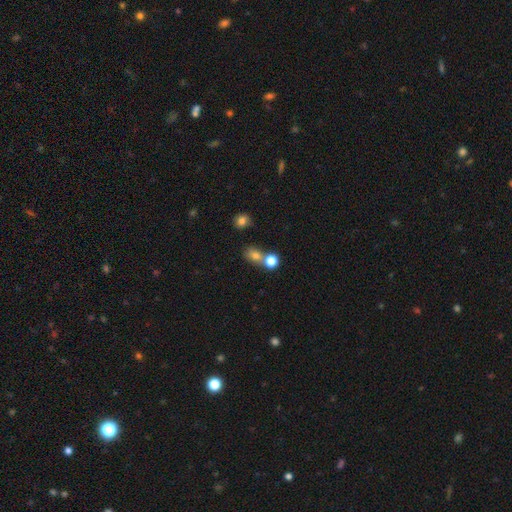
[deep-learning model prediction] The model was most divided on "merging": none: 48%, merger: 38%, minor disturbance: 10%, major disturbance: 4%. More confident: smooth or featured — smooth (75%); how rounded — round (60%).